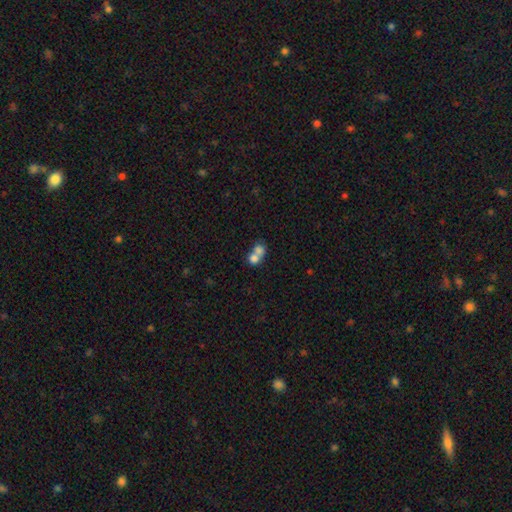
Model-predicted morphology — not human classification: Smooth or featured?
  - smooth: 74% *
  - featured or disk: 17%
  - star or artifact: 10%
How rounded?
  - round: 71% *
  - in between: 28%
  - cigar-shaped: 1%
Merging?
  - merger: 71% *
  - none: 22%
  - minor disturbance: 4%
  - major disturbance: 3%